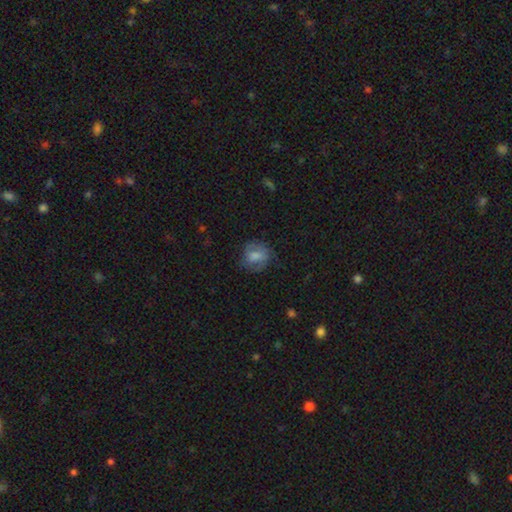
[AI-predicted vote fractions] smooth 63%, featured or disk 28%, star or artifact 9%. Down the decision tree: how rounded — round (73%); merging — none (63%).